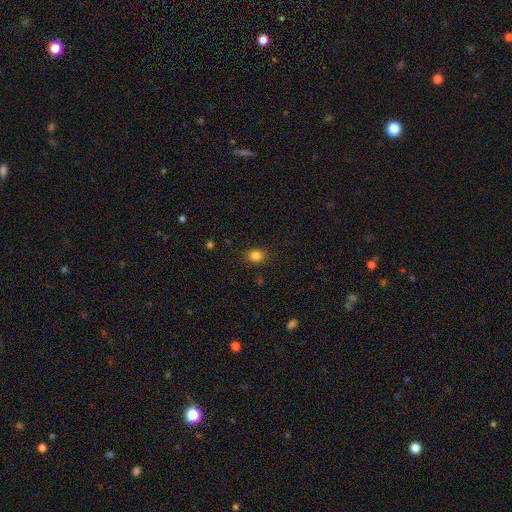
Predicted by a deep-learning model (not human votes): Smooth or featured? smooth (83%)
How rounded? round (55%)
Merging? none (87%)